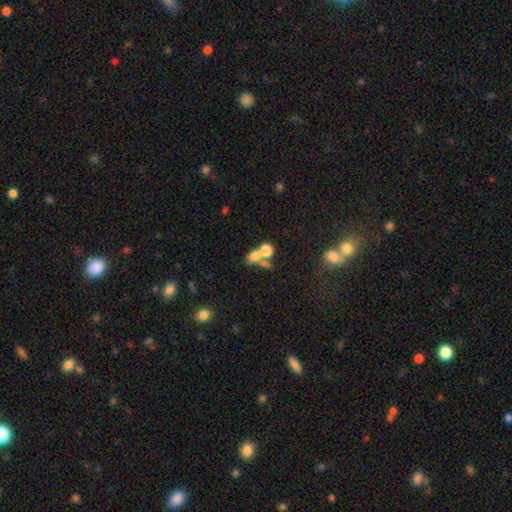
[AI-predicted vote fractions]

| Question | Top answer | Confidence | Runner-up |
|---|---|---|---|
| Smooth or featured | smooth | 69% | featured or disk (17%) |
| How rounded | in between | 52% | round (45%) |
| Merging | merger | 59% | none (25%) |